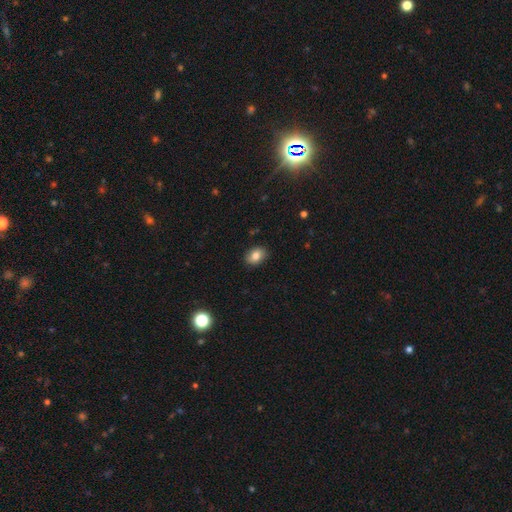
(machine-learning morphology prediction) Smooth or featured? Predicted: smooth (p=0.82). How rounded? Predicted: in between (p=0.73). Merging? Predicted: none (p=0.87).